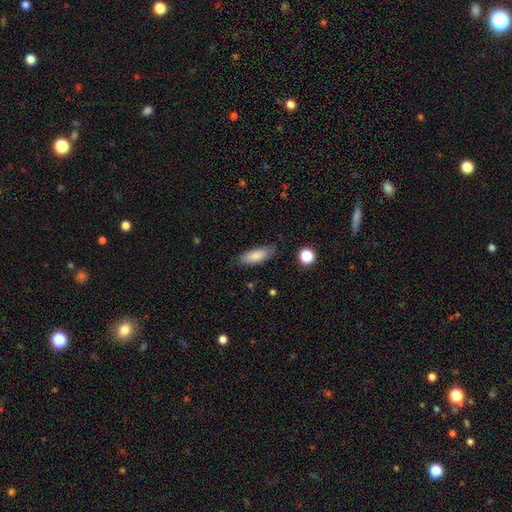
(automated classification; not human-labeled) smooth_or_featured: smooth (p=0.84) [alt: featured or disk p=0.09]
how_rounded: in between (p=0.70) [alt: cigar-shaped p=0.28]
merging: none (p=0.79) [alt: minor disturbance p=0.16]